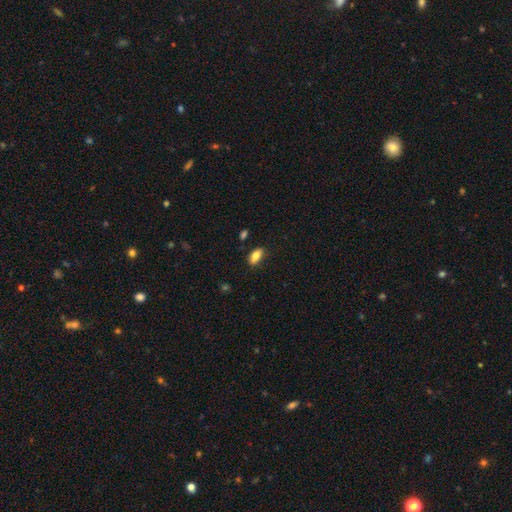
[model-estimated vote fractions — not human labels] Q: Smooth or featured?
A: smooth (81%); runner-up: featured or disk (11%)
Q: How rounded?
A: in between (88%); runner-up: cigar-shaped (9%)
Q: Merging?
A: none (80%); runner-up: minor disturbance (15%)